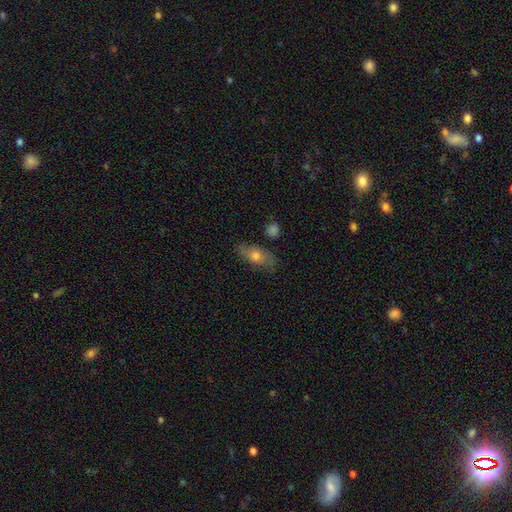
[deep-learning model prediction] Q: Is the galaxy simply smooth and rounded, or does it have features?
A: smooth — 58%.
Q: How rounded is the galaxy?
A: in between — 70%.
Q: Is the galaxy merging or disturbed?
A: none — 78%.